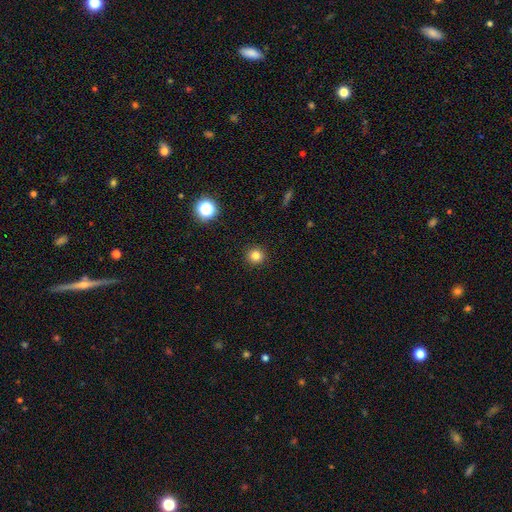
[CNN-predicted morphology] smooth-or-featured: smooth: 82% | star or artifact: 13% | featured or disk: 5%
  how-rounded: round: 94% | in between: 5% | cigar-shaped: 1%
  merging: none: 93% | minor disturbance: 5% | major disturbance: 2% | merger: 1%